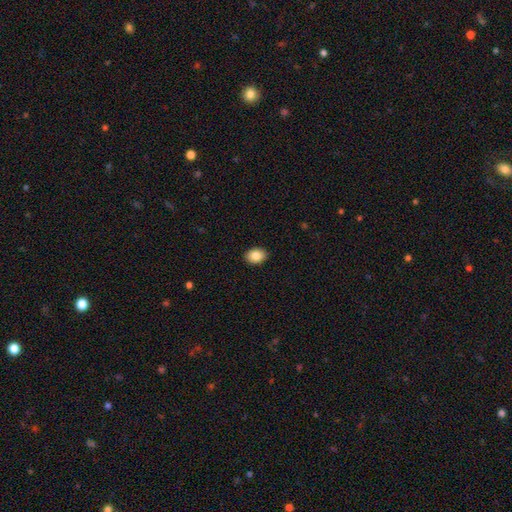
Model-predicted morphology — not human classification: The model was most divided on "how rounded": in between: 72%, round: 27%, cigar-shaped: 1%. More confident: merging — none (91%); smooth or featured — smooth (87%).